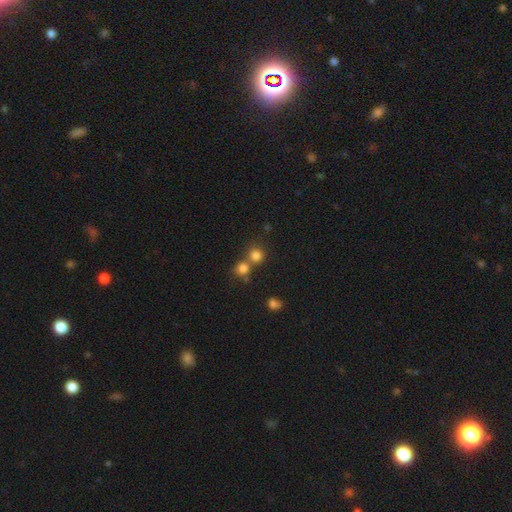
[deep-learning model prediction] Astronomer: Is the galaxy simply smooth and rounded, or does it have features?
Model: smooth — 79%.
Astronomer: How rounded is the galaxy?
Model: round — 88%.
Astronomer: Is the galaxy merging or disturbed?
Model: none — 55% (runner-up: merger, 36%).